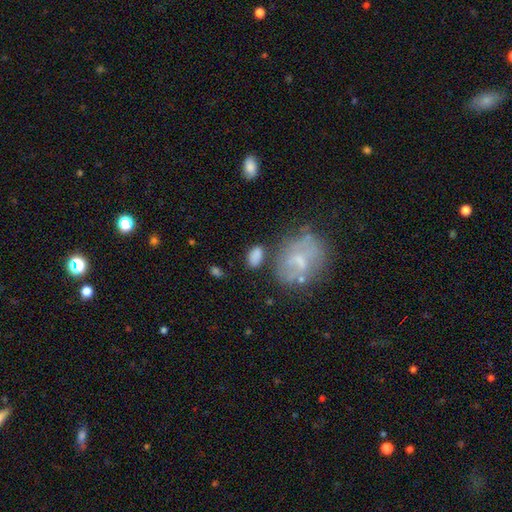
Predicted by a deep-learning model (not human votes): This appears to be a smooth galaxy with no disk features (80%) that is in between round and cigar-shaped (89%). Merging: none (62%).